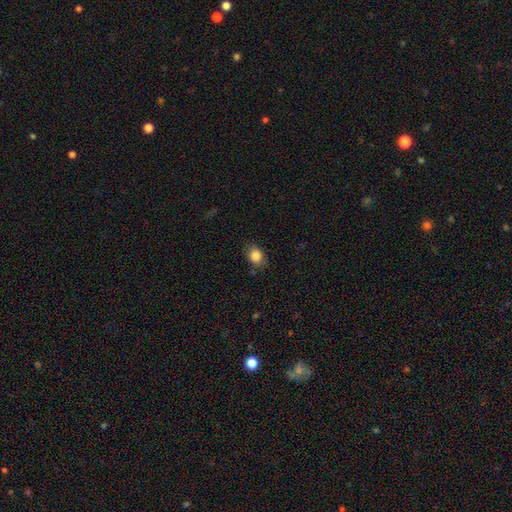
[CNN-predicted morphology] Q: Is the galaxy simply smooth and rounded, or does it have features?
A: smooth — 85%.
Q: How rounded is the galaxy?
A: in between — 60%.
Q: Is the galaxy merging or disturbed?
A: none — 79%.